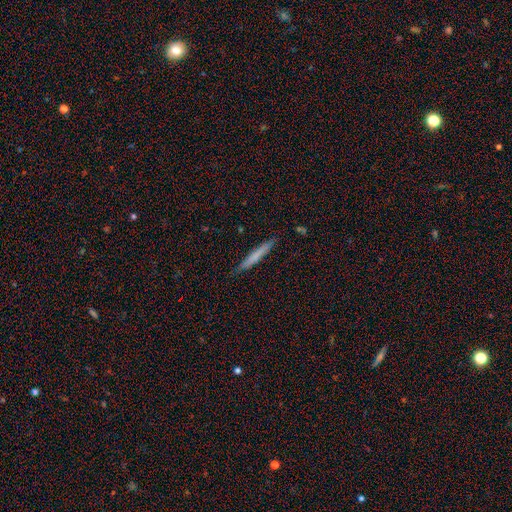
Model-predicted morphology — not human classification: This appears to be a smooth galaxy with no disk features (68%) that is cigar-shaped (96%). Merging: none (89%).